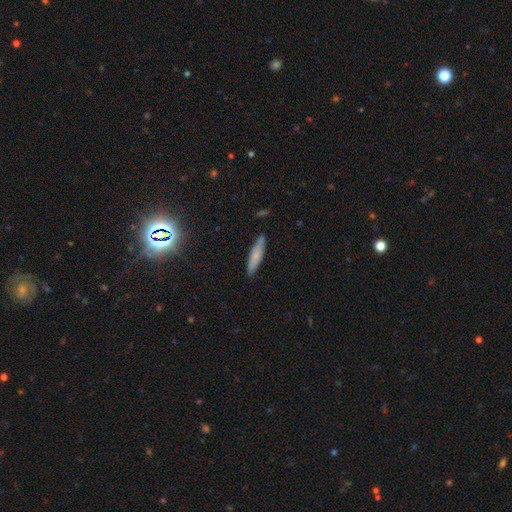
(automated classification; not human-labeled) Smooth or featured? smooth (68%)
How rounded? cigar-shaped (79%)
Merging? none (84%)